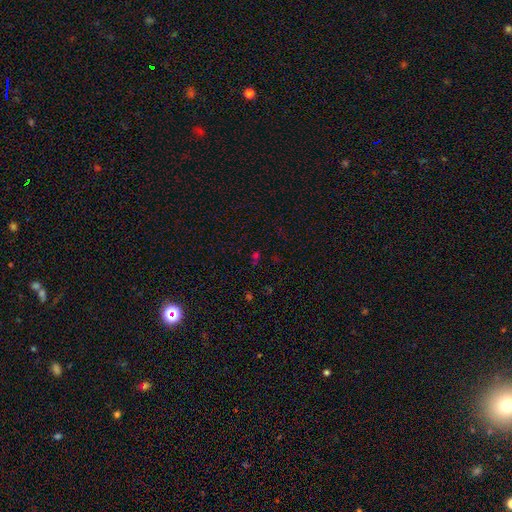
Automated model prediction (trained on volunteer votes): Smooth or featured: star or artifact — 51% (smooth — 39%)